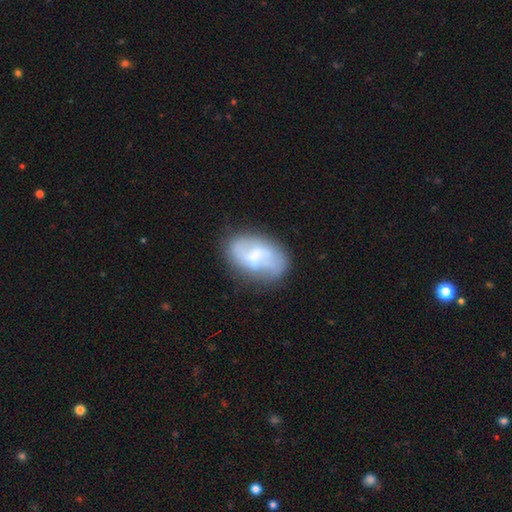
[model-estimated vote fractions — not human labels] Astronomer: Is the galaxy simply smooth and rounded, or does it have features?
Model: featured or disk — 59% (runner-up: smooth, 34%).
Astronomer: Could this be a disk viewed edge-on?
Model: no — 97%.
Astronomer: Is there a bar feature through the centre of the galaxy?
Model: weak — 50% (runner-up: no, 32%).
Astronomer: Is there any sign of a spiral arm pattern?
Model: yes — 79%.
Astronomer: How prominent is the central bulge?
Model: small — 33% (runner-up: none, 30%).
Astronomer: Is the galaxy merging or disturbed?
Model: none — 67%.